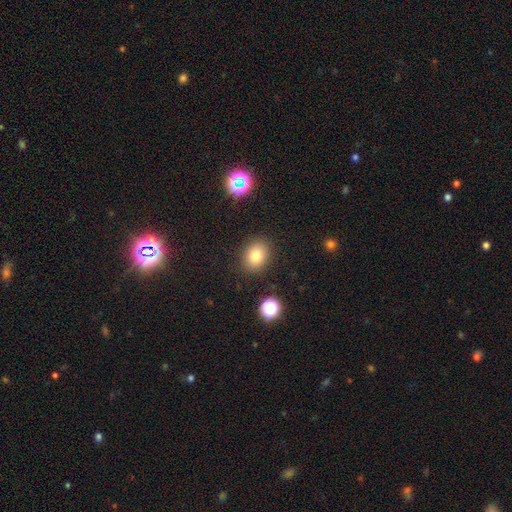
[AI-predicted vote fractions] Smooth or featured? Predicted: smooth (p=0.79). How rounded? Predicted: round (p=0.54). Merging? Predicted: none (p=0.87).